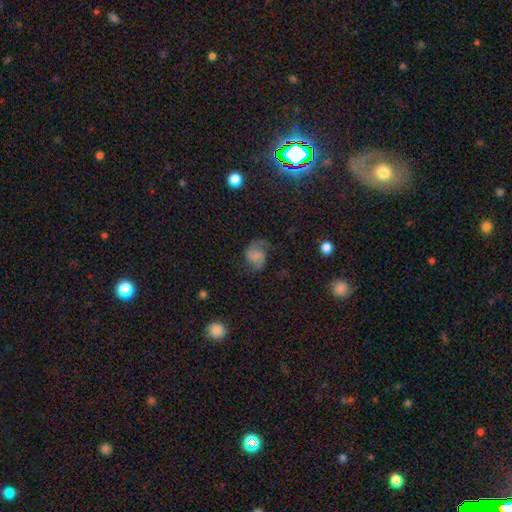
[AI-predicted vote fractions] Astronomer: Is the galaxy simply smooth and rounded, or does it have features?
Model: featured or disk — 65%.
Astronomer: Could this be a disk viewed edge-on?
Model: no — 98%.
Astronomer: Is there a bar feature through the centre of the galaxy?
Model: no — 59%.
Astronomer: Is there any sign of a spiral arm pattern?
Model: yes — 93%.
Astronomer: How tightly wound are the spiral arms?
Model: medium — 48% (runner-up: loose, 38%).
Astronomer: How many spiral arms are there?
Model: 2 — 89%.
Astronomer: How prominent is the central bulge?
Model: none — 45% (runner-up: small, 33%).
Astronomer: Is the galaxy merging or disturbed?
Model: none — 60%.